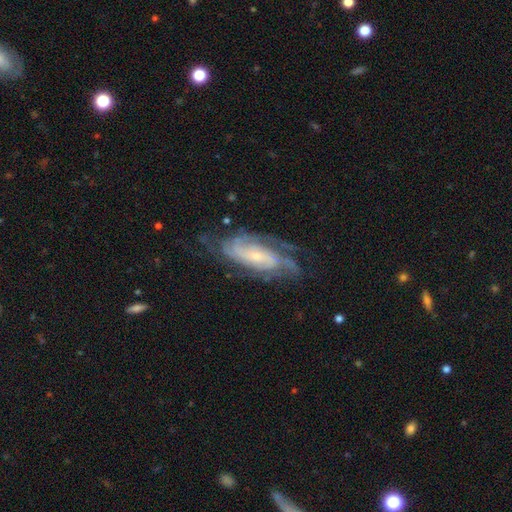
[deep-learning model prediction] Q: Smooth or featured?
A: featured or disk (84%); runner-up: smooth (10%)
Q: Edge-on disk?
A: no (92%); runner-up: yes (8%)
Q: Bar?
A: no (60%); runner-up: weak (29%)
Q: Spiral arms?
A: yes (95%); runner-up: no (5%)
Q: Spiral winding?
A: tight (56%); runner-up: medium (34%)
Q: Spiral arm count?
A: can't tell (32%); runner-up: 2 (28%)
Q: Bulge size?
A: small (71%); runner-up: moderate (21%)
Q: Merging?
A: none (69%); runner-up: minor disturbance (19%)